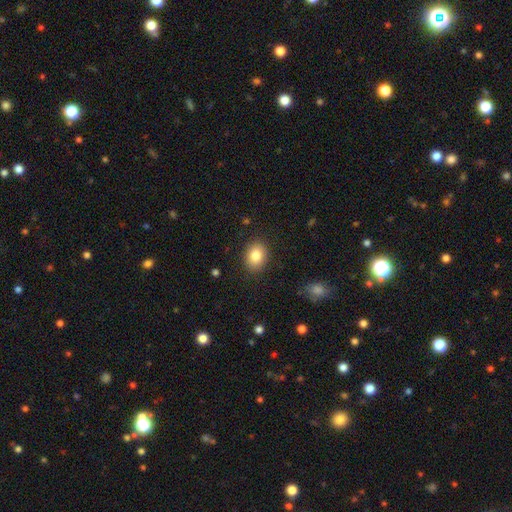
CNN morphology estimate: type=smooth (84%); roundness=in between (62%); merging=none (87%).